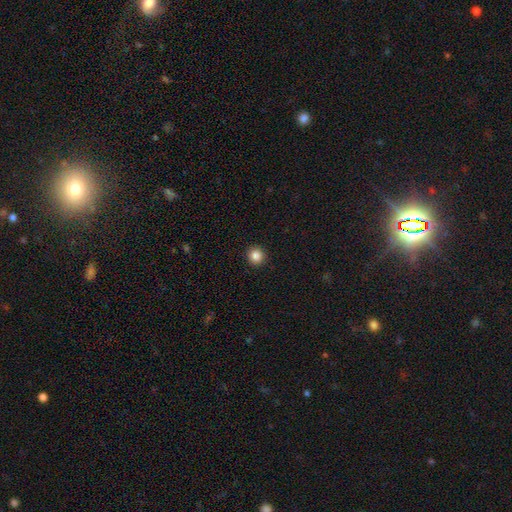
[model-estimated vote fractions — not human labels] A smooth galaxy with no disk features (86%) that is round (93%).

Vote fractions:
- Smooth or featured? smooth: 86% / star or artifact: 10% / featured or disk: 4%
- How rounded? round: 93% / in between: 6% / cigar-shaped: 1%
- Merging? none: 93% / minor disturbance: 4% / major disturbance: 2% / merger: 1%